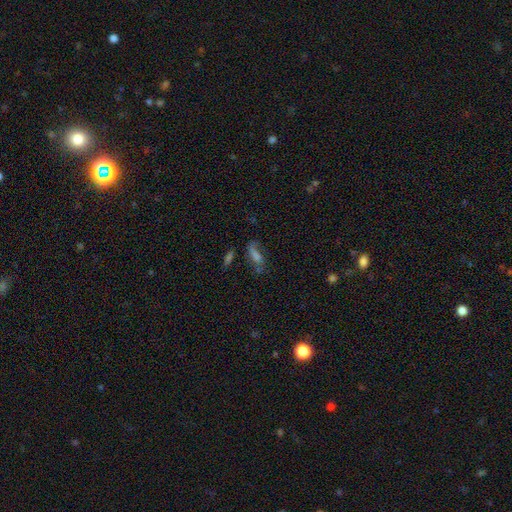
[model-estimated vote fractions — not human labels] The model was most divided on "smooth or featured": smooth: 44%, featured or disk: 34%, star or artifact: 22%. More confident: merging — none (54%).